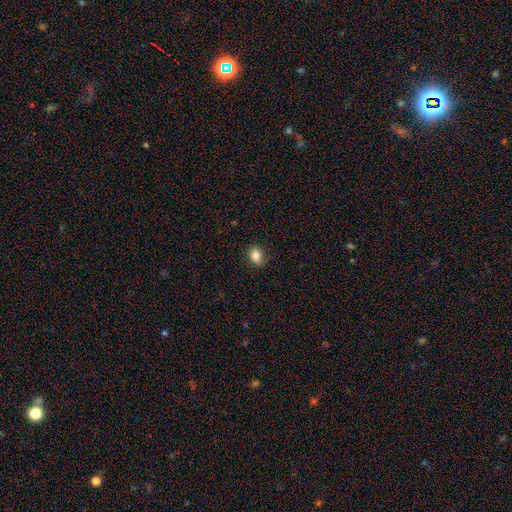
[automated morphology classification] This is clearly a smooth galaxy (83%). How rounded: possibly in between (59%). Merging: clearly none (85%).